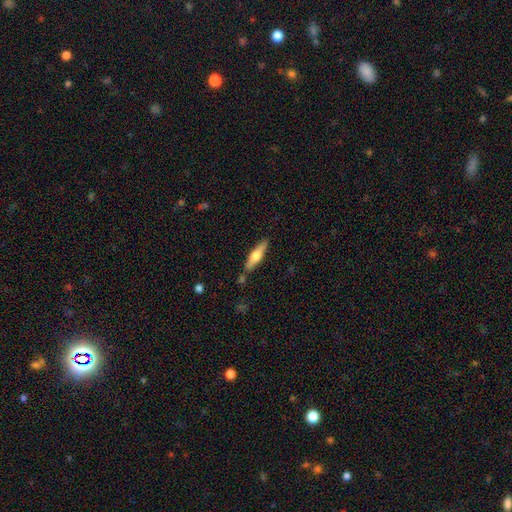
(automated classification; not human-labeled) smooth_or_featured: featured or disk (p=0.47) [tied with: smooth p=0.47]
merging: none (p=0.82) [alt: minor disturbance p=0.11]